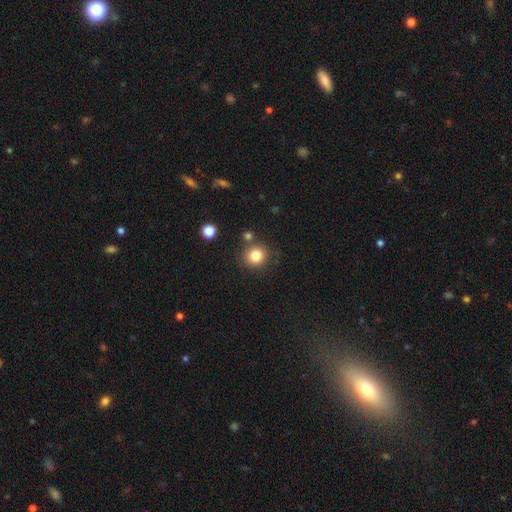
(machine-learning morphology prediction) type=smooth (82%); roundness=round (88%); merging=none (80%).